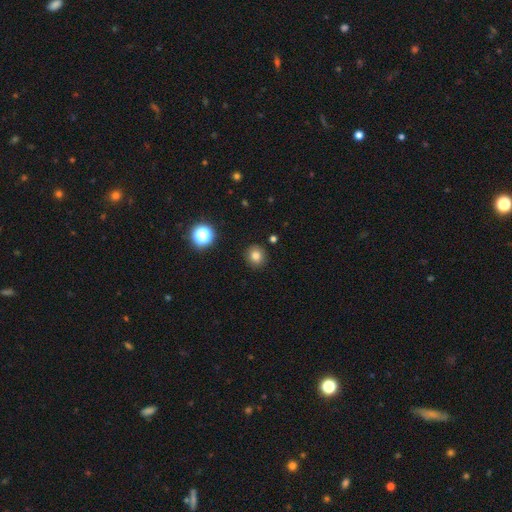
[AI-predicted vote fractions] Morphology: type=smooth (80%); roundness=round (89%); merging=none (90%).